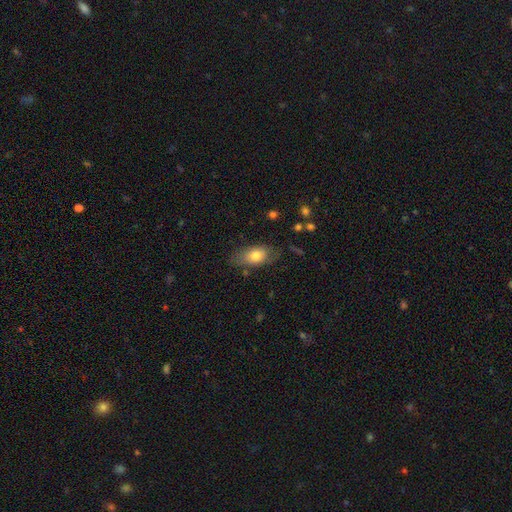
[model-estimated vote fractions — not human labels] Smooth or featured? smooth (76%)
How rounded? in between (87%)
Merging? none (69%)